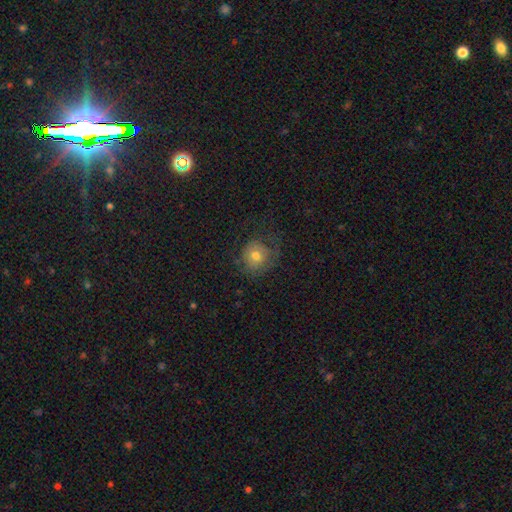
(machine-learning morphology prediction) Q: Smooth or featured?
A: smooth (68%); runner-up: featured or disk (22%)
Q: How rounded?
A: round (85%); runner-up: in between (14%)
Q: Merging?
A: none (57%); runner-up: major disturbance (21%)